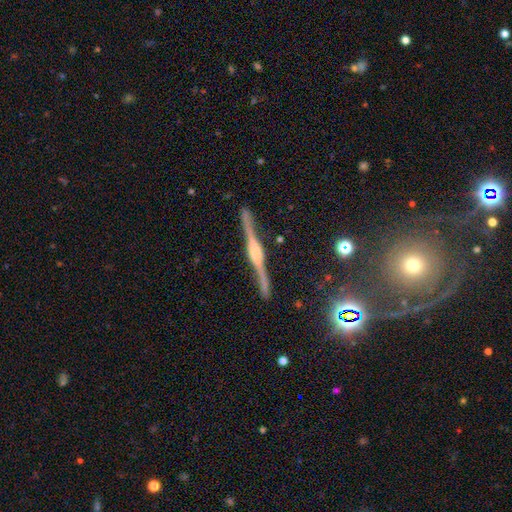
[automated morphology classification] This appears to be a featured or disk galaxy (86%) viewed edge-on (98%) with a rounded central bulge (71%). Merging: none (89%).